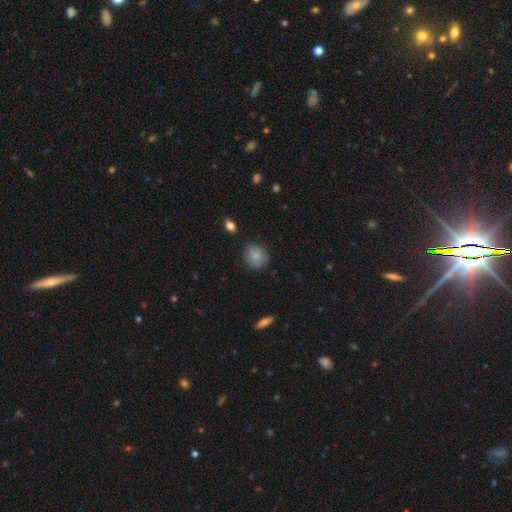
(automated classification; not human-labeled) This appears to be a smooth galaxy with no disk features (82%) that is round (80%). Merging: none (79%).